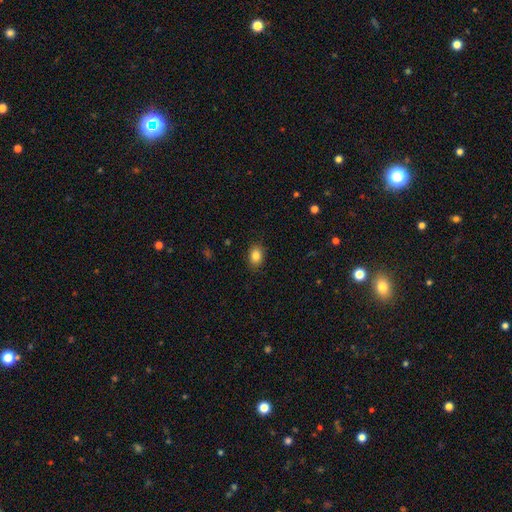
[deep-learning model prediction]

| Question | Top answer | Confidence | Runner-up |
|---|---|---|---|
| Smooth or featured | smooth | 84% | star or artifact (9%) |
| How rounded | in between | 68% | round (31%) |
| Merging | none | 87% | minor disturbance (10%) |